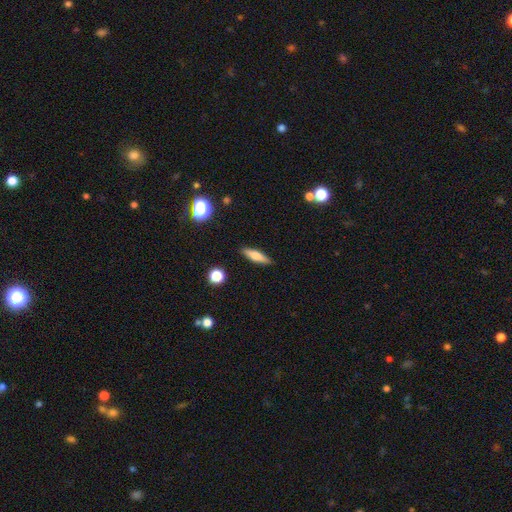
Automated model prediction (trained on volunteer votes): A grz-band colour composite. It shows a smooth galaxy with no disk features (65%) that is cigar-shaped (65%). Merging: none (88%).